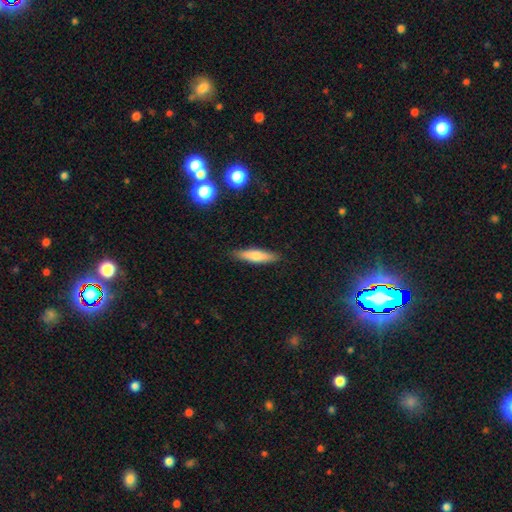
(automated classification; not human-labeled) The model was most divided on "smooth or featured": smooth: 69%, featured or disk: 24%, star or artifact: 7%. More confident: merging — none (88%); how rounded — cigar-shaped (73%).